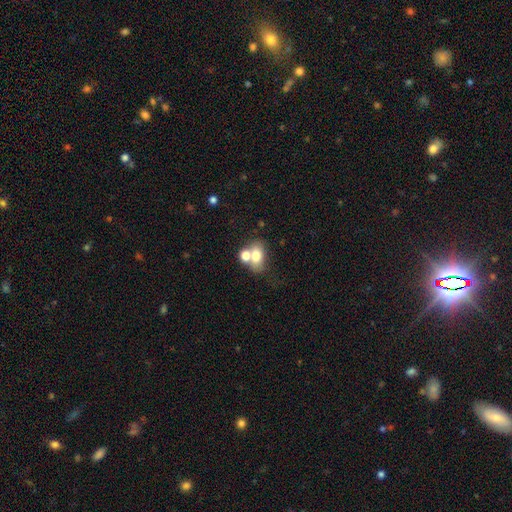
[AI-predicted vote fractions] Smooth or featured? Predicted: smooth (p=0.72). How rounded? Predicted: in between (p=0.69). Merging? Predicted: merger (p=0.45).